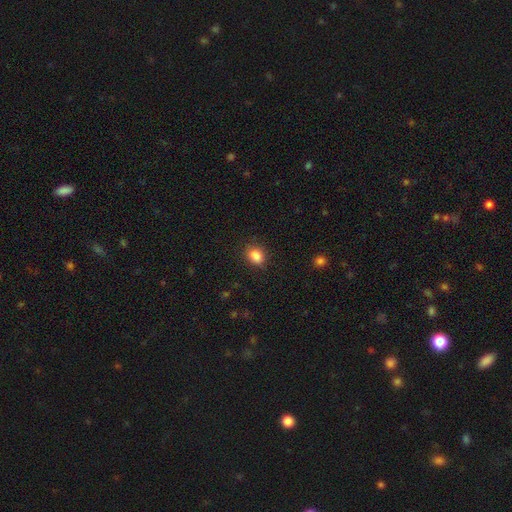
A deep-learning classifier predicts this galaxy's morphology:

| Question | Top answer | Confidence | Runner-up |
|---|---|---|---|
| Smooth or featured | smooth | 86% | star or artifact (10%) |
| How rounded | in between | 65% | round (34%) |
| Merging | none | 77% | minor disturbance (17%) |